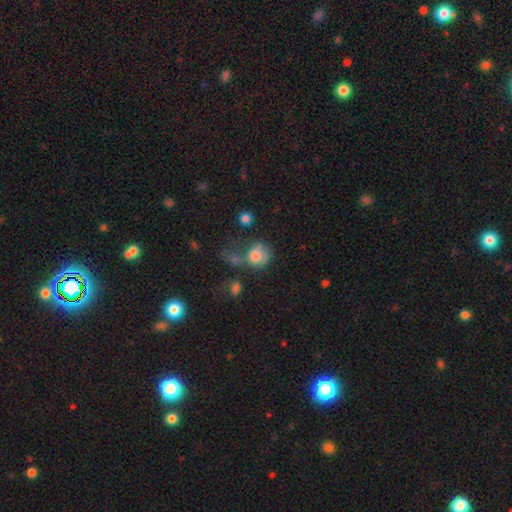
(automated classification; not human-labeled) Q: Smooth or featured?
A: smooth (64%); runner-up: featured or disk (25%)
Q: How rounded?
A: round (59%); runner-up: in between (39%)
Q: Merging?
A: major disturbance (31%); runner-up: none (25%)